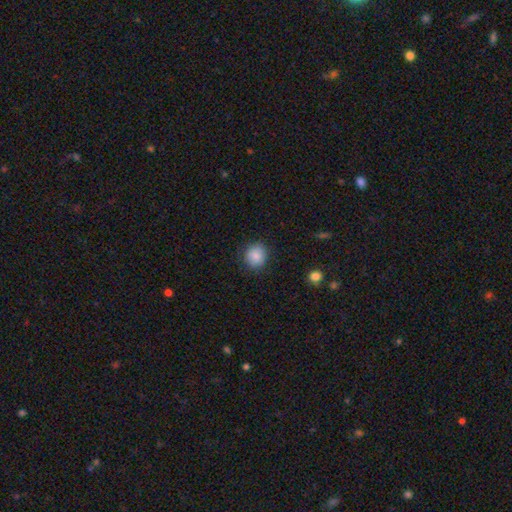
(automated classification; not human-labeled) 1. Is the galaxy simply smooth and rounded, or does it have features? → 86% smooth, 9% star or artifact, 5% featured or disk.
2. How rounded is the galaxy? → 83% round, 16% in between, 1% cigar-shaped.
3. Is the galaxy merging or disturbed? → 86% none, 10% minor disturbance, 3% major disturbance, 1% merger.